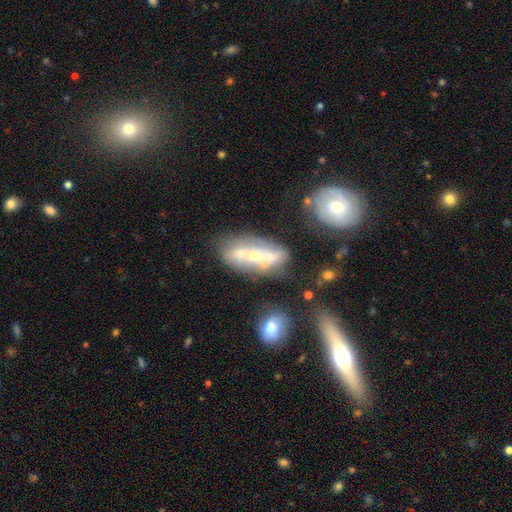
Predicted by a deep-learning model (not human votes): Smooth or featured? featured or disk (57%)
Edge-on disk? no (79%)
Merging? none (45%)